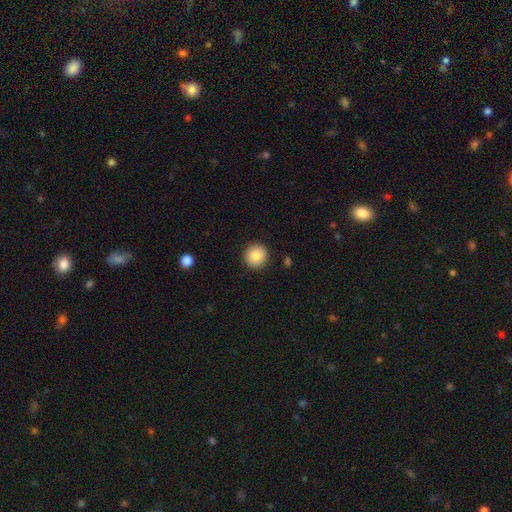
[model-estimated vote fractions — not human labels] Smooth or featured?
  - smooth: 85% *
  - star or artifact: 8%
  - featured or disk: 7%
How rounded?
  - round: 94% *
  - in between: 5%
  - cigar-shaped: 1%
Merging?
  - none: 91% *
  - minor disturbance: 6%
  - major disturbance: 2%
  - merger: 1%